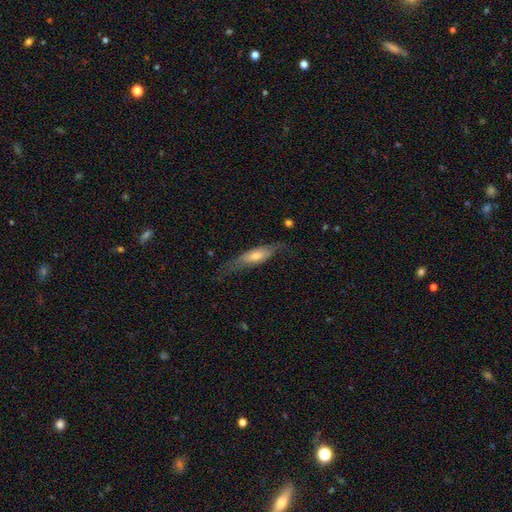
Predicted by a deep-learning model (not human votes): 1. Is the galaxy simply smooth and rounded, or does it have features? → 48% featured or disk, 45% smooth, 7% star or artifact.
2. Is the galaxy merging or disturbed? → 61% none, 25% minor disturbance, 13% major disturbance, 2% merger.